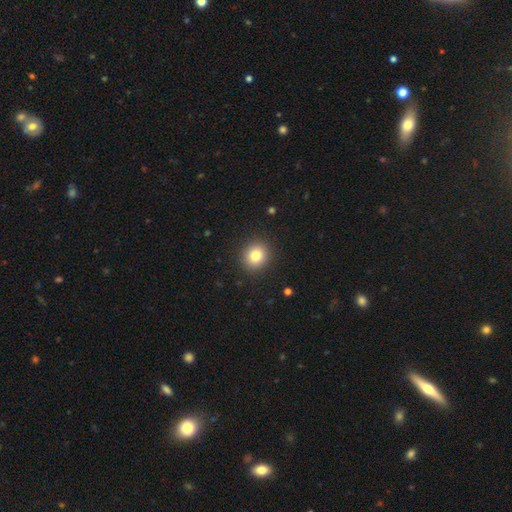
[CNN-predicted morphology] The model was most divided on "smooth or featured": smooth: 81%, star or artifact: 11%, featured or disk: 8%. More confident: merging — none (91%); how rounded — round (86%).